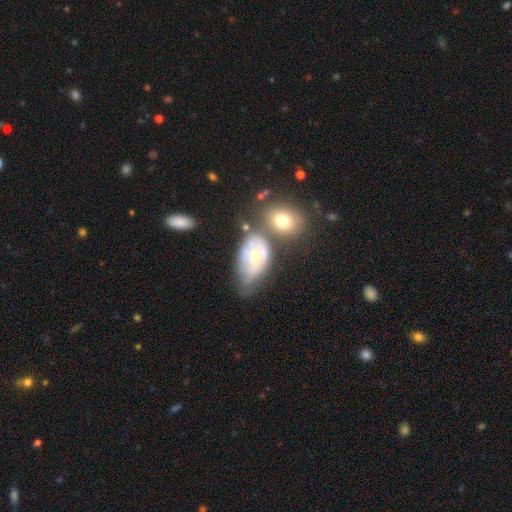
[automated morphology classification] A featured or disk galaxy (54%) with no bar (83%), no spiral arms (51%) and a moderate central bulge (60%).

Vote fractions:
- Smooth or featured? featured or disk: 54% / smooth: 38% / star or artifact: 8%
- Edge-on disk? no: 93% / yes: 7%
- Bar? no: 83% / weak: 14% / strong: 3%
- Spiral arms? no: 51% / yes: 49%
- Bulge size? moderate: 60% / small: 34% / large: 3% / none: 1% / dominant: 1%
- Merging? minor disturbance: 29% / none: 28% / merger: 23% / major disturbance: 20%